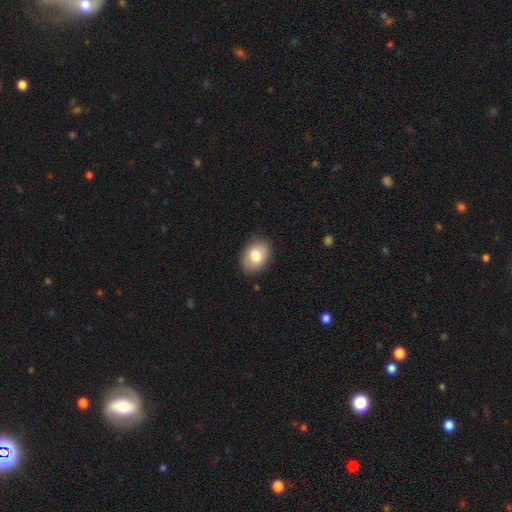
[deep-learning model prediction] Smooth or featured: smooth — 81% (featured or disk — 12%)
How rounded: in between — 82% (round — 17%)
Merging: none — 86% (minor disturbance — 11%)